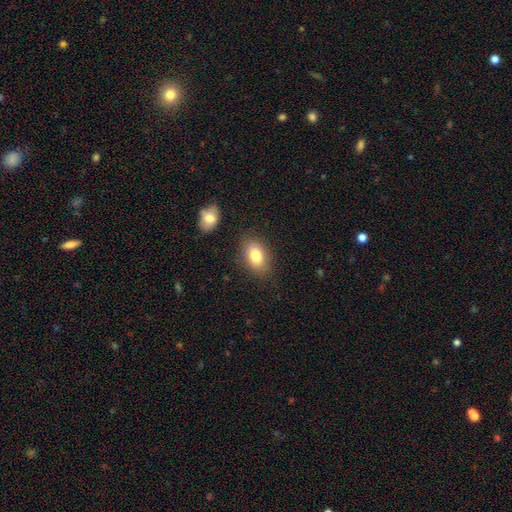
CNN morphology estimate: smooth_or_featured: smooth (p=0.78) [alt: featured or disk p=0.13]
how_rounded: in between (p=0.85) [alt: round p=0.14]
merging: none (p=0.79) [alt: minor disturbance p=0.14]